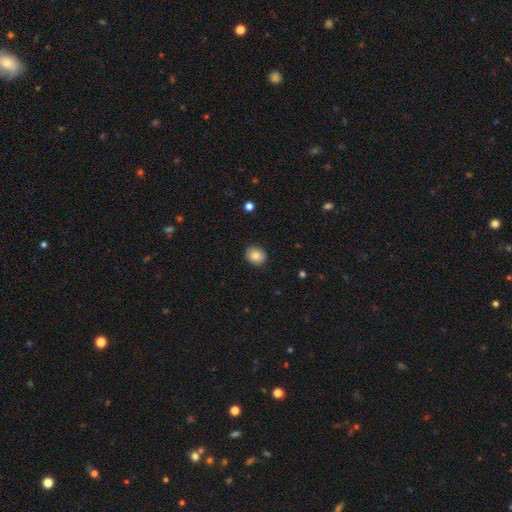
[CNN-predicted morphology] Smooth or featured?
  - smooth: 85% *
  - star or artifact: 8%
  - featured or disk: 6%
How rounded?
  - round: 68% *
  - in between: 31%
  - cigar-shaped: 1%
Merging?
  - none: 89% *
  - minor disturbance: 8%
  - major disturbance: 2%
  - merger: 1%